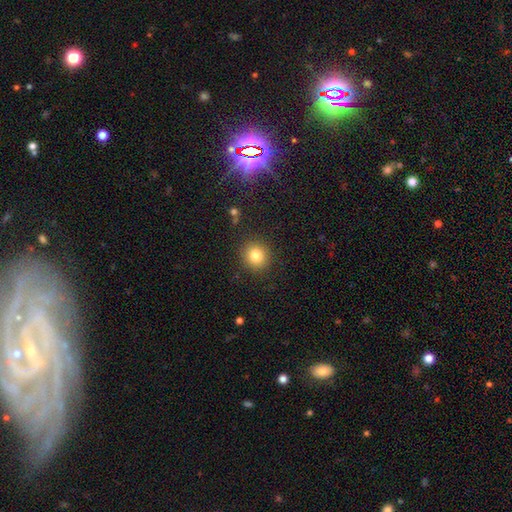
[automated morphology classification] smooth 82%, star or artifact 11%, featured or disk 7%. Down the decision tree: how rounded — round (88%); merging — none (89%).